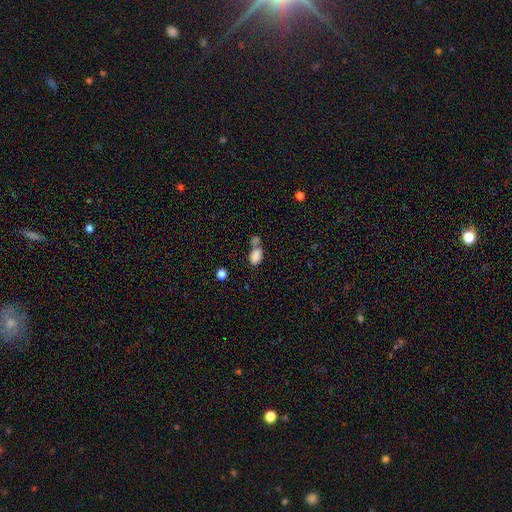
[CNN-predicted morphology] Overall: smooth (84%). How rounded: in between (88%). Merging: merger (43%; none 37%).